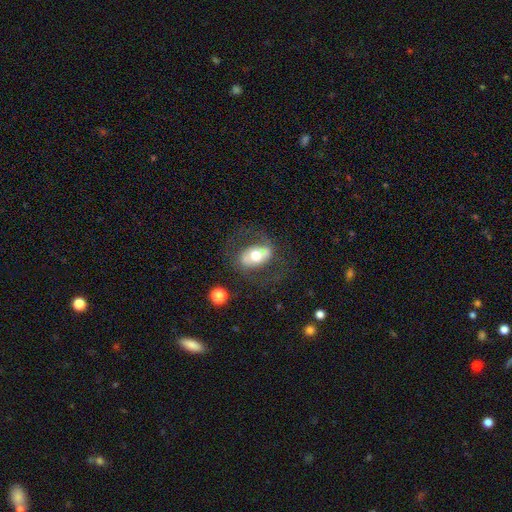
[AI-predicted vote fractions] smooth-or-featured: featured or disk: 53% | smooth: 40% | star or artifact: 7%
  disk-edge-on: no: 91% | yes: 9%
  merging: none: 67% | minor disturbance: 16% | major disturbance: 15% | merger: 2%